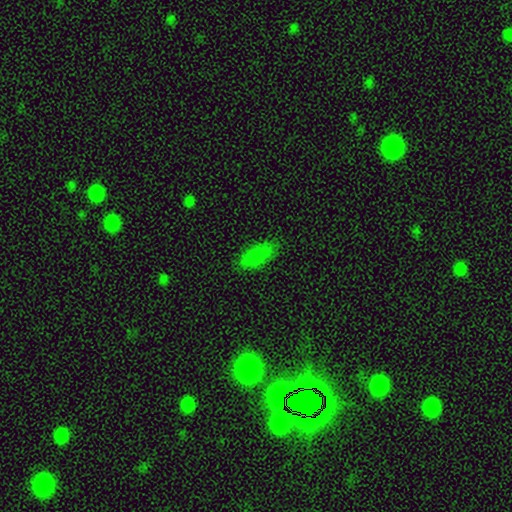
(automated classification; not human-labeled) smooth_or_featured: smooth (p=0.83) [alt: star or artifact p=0.11]
how_rounded: in between (p=0.84) [alt: cigar-shaped p=0.13]
merging: none (p=0.82) [alt: minor disturbance p=0.13]